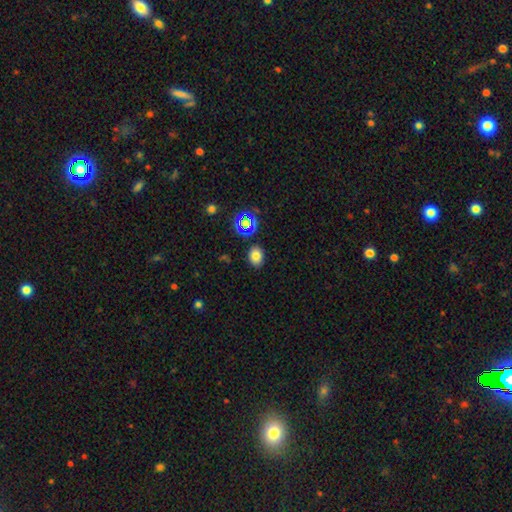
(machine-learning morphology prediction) Overall: smooth (76%). How rounded: in between (67%; round 32%). Merging: none (83%).